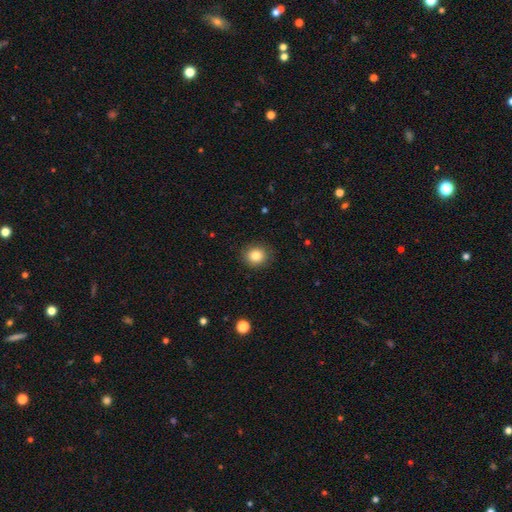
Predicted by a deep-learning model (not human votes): Morphology: type=smooth (83%); roundness=round (82%); merging=none (88%).